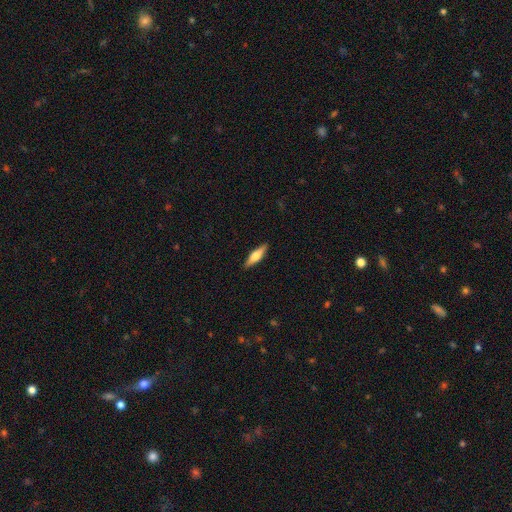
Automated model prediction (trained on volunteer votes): Morphology: type=smooth (53%); roundness=cigar-shaped (63%); merging=none (90%).